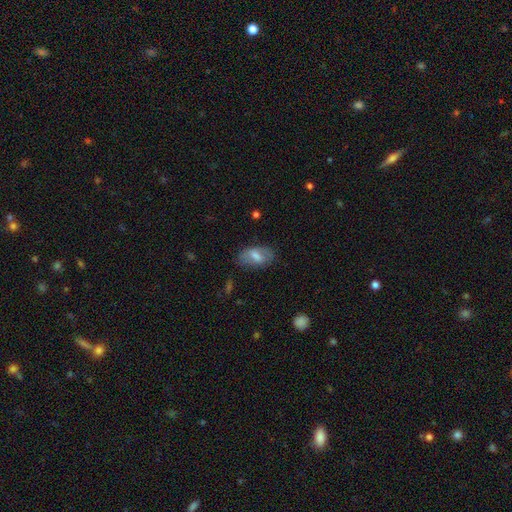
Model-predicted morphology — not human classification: smooth_or_featured: smooth (p=0.58) [alt: featured or disk p=0.33]
how_rounded: in between (p=0.89) [alt: round p=0.06]
merging: none (p=0.76) [alt: minor disturbance p=0.17]